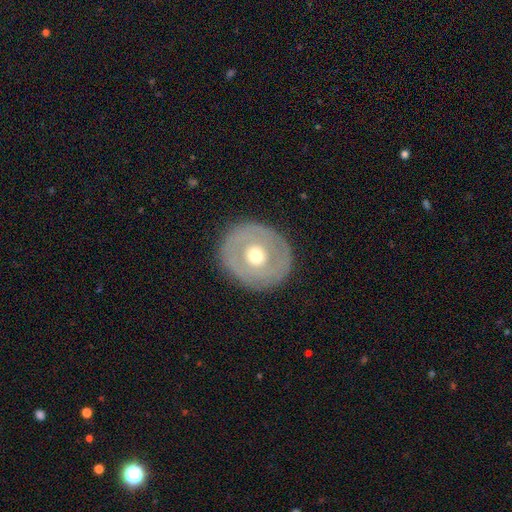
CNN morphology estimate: The model was most divided on "smooth or featured": featured or disk: 56%, smooth: 38%, star or artifact: 6%. More confident: edge-on disk — no (95%); bar — no (87%); merging — none (86%); spiral arms — no (76%); bulge size — moderate (67%).